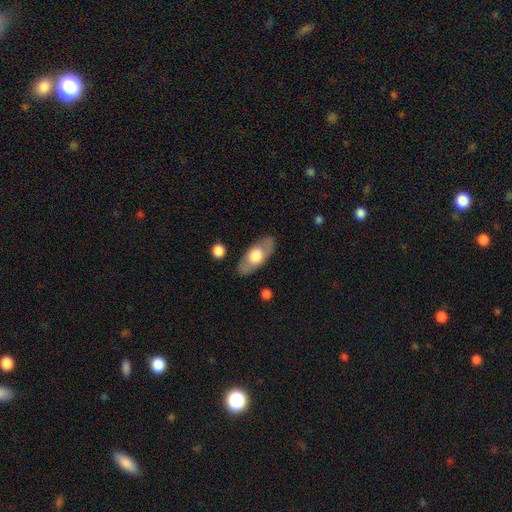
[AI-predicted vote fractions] Overall: smooth (54%; featured or disk 41%). How rounded: in between (82%). Merging: none (83%).